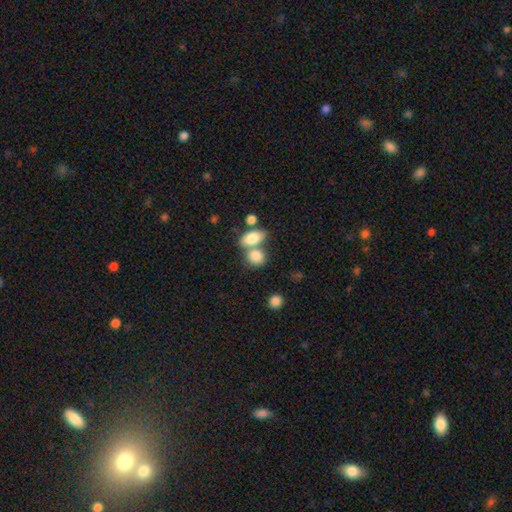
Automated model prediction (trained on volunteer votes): Smooth or featured?
  - smooth: 82% *
  - featured or disk: 10%
  - star or artifact: 8%
How rounded?
  - in between: 65% *
  - round: 32%
  - cigar-shaped: 3%
Merging?
  - merger: 50% *
  - none: 37%
  - minor disturbance: 9%
  - major disturbance: 4%